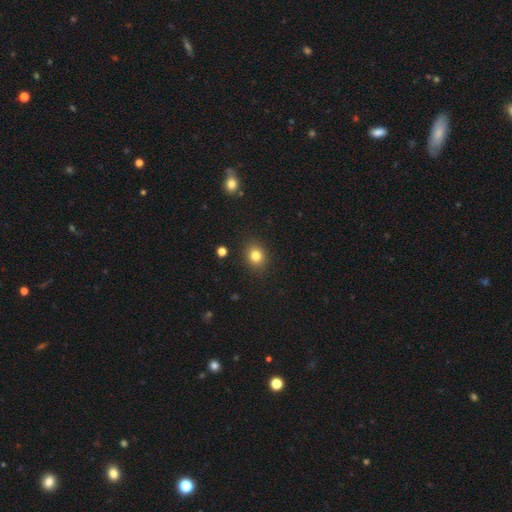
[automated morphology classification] Smooth or featured? Predicted: smooth (p=0.81). How rounded? Predicted: round (p=0.68). Merging? Predicted: none (p=0.88).